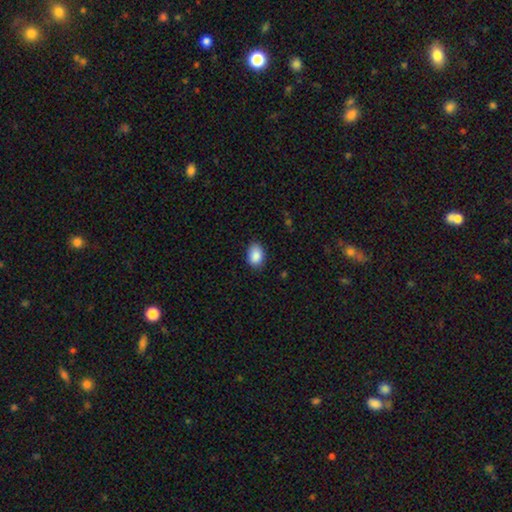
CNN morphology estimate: type=smooth (89%); roundness=in between (80%); merging=none (83%).